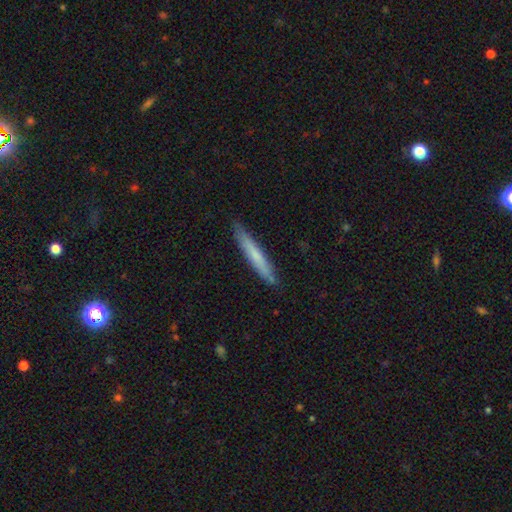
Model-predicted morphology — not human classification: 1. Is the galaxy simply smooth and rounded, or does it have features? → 64% smooth, 31% featured or disk, 5% star or artifact.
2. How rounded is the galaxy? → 95% cigar-shaped, 4% in between, 1% round.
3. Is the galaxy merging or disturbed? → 86% none, 11% minor disturbance, 2% major disturbance, 1% merger.